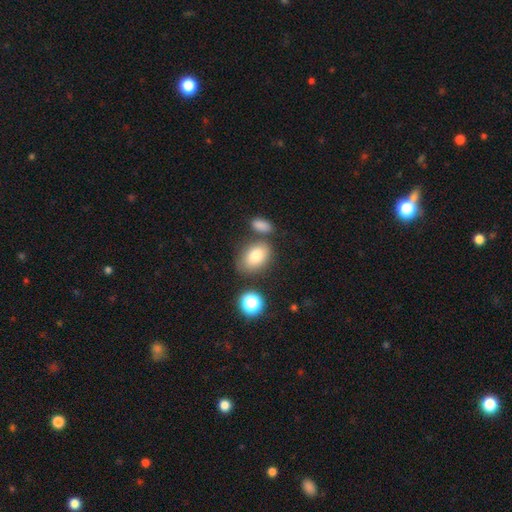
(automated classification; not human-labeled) smooth 80%, featured or disk 10%, star or artifact 10%. Down the decision tree: how rounded — in between (79%); merging — none (67%).